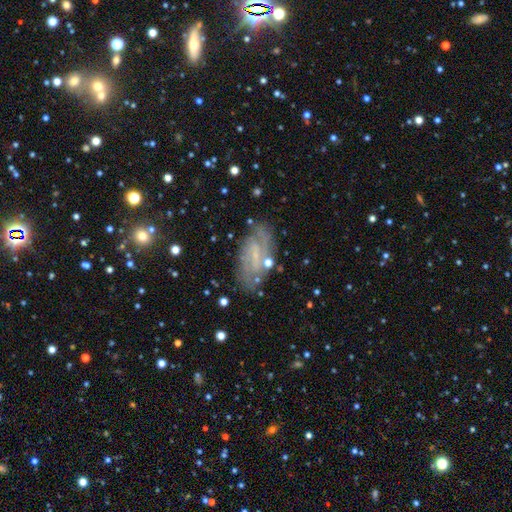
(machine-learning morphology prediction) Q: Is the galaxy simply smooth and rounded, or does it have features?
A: featured or disk — 67%.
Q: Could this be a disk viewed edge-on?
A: no — 90%.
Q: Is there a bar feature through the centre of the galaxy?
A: weak — 48%.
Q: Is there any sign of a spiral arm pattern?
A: yes — 79%.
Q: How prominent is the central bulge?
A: small — 52%.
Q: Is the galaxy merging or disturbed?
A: none — 73%.